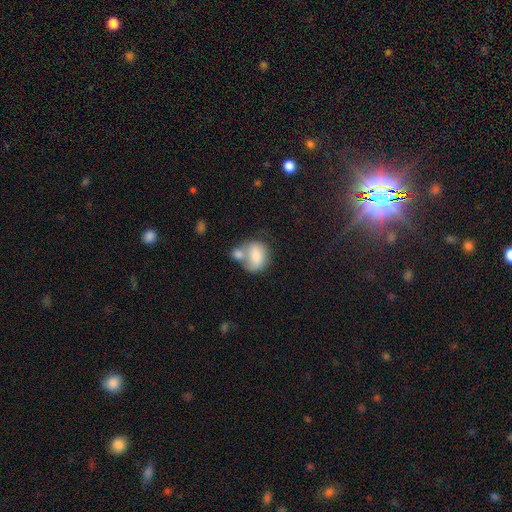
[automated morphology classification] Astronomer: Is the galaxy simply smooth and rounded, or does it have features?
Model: smooth — 75%.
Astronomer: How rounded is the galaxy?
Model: in between — 51% (runner-up: round, 48%).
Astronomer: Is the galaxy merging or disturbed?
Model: merger — 53%.